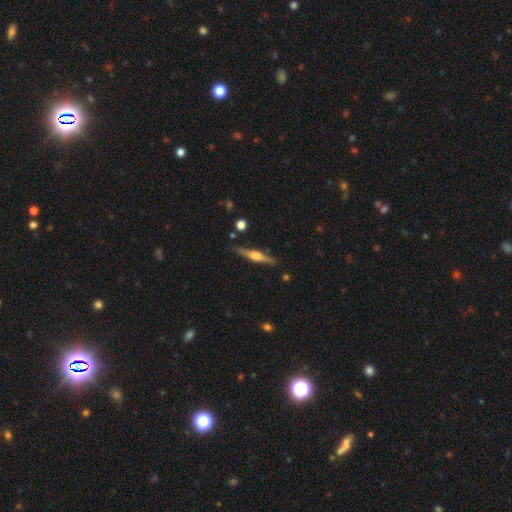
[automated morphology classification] The model was most divided on "smooth or featured": featured or disk: 69%, smooth: 25%, star or artifact: 6%. More confident: edge-on disk — yes (97%); merging — none (86%); edge-on bulge — rounded (84%).